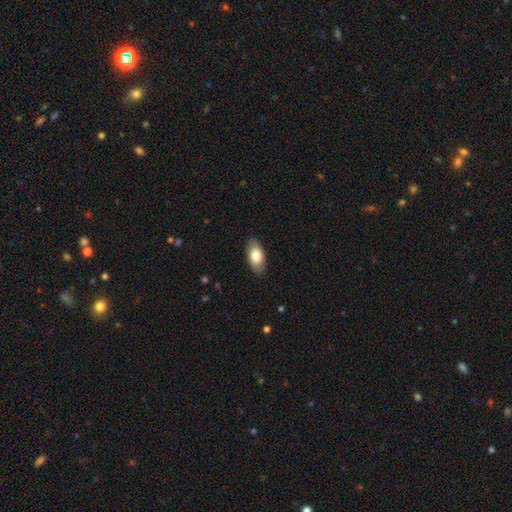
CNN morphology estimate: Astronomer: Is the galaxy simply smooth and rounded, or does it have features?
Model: smooth — 77%.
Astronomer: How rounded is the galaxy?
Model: in between — 93%.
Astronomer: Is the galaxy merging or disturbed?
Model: none — 86%.